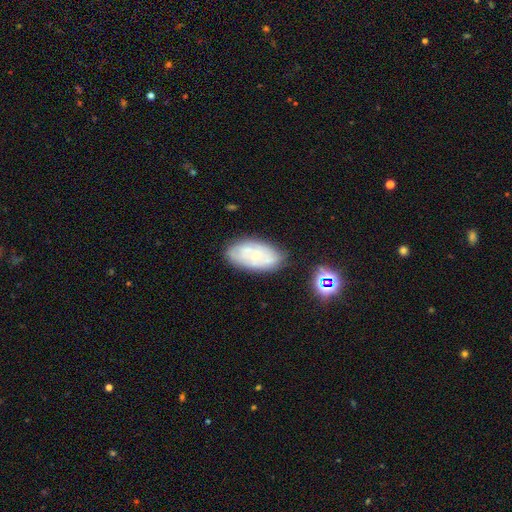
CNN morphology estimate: Smooth or featured: featured or disk — 53% (smooth — 38%)
Edge-on disk: no — 93% (yes — 7%)
Merging: none — 72% (minor disturbance — 19%)